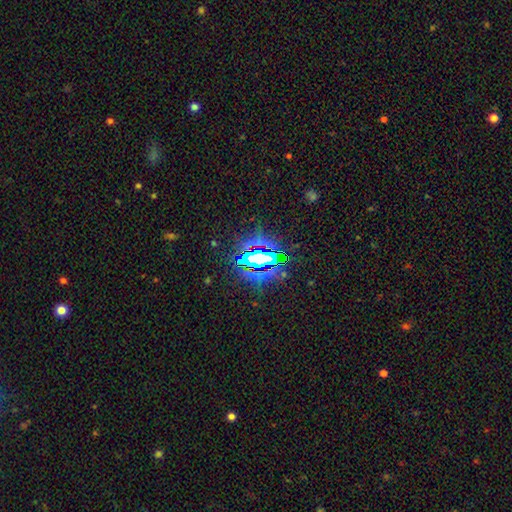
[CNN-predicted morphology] This appears to be a star or artifact, not a galaxy (73%).